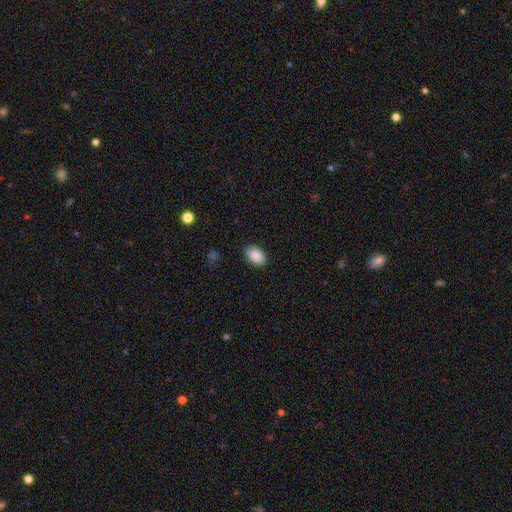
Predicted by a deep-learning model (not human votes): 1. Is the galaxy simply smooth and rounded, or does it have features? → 89% smooth, 7% star or artifact, 3% featured or disk.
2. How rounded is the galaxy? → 86% in between, 13% round, 1% cigar-shaped.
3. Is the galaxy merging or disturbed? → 86% none, 11% minor disturbance, 2% major disturbance, 1% merger.